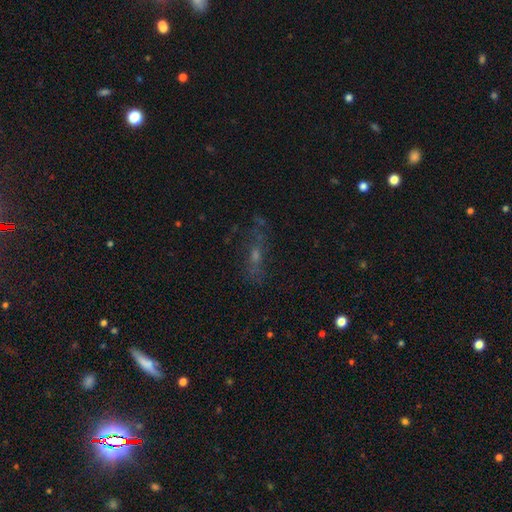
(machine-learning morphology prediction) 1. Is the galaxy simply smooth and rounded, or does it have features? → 42% featured or disk, 30% smooth, 28% star or artifact.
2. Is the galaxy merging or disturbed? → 62% none, 19% minor disturbance, 15% major disturbance, 4% merger.